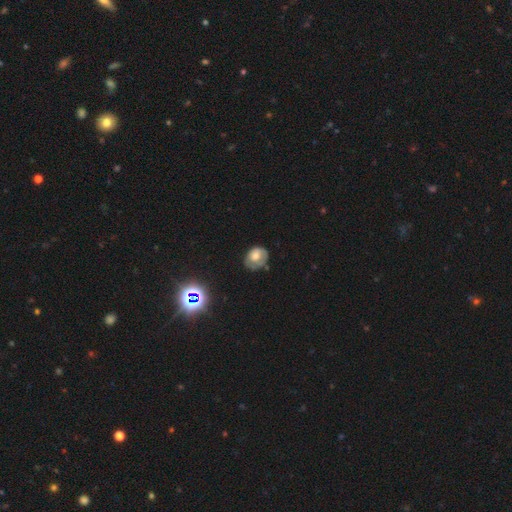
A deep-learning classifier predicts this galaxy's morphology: Smooth or featured? Predicted: smooth (p=0.59). How rounded? Predicted: round (p=0.50). Merging? Predicted: none (p=0.54).